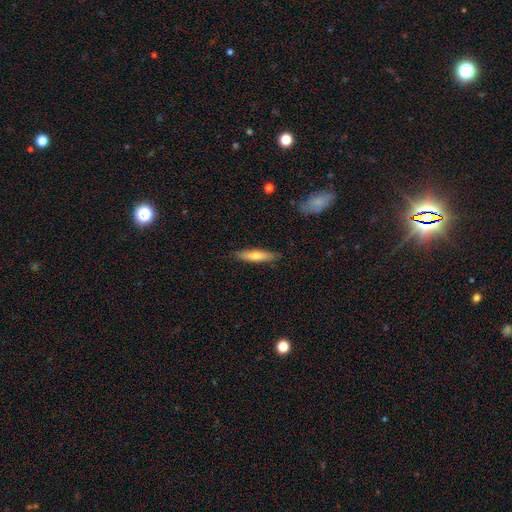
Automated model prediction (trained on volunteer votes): This appears to be a smooth galaxy with no disk features (65%) that is cigar-shaped (79%). Merging: none (87%).